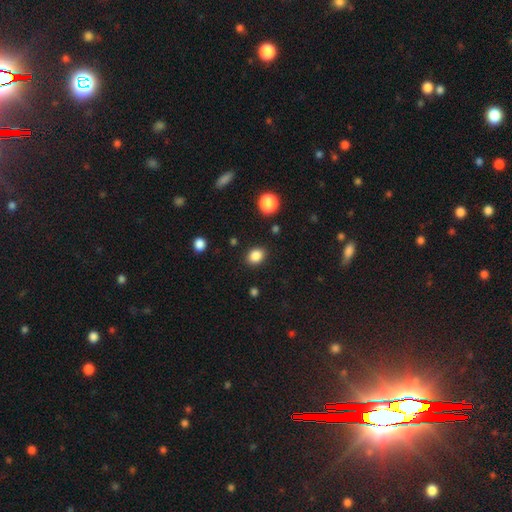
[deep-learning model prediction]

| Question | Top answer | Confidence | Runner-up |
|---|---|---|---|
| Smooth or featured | smooth | 86% | star or artifact (10%) |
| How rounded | in between | 52% | round (47%) |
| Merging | none | 88% | minor disturbance (8%) |